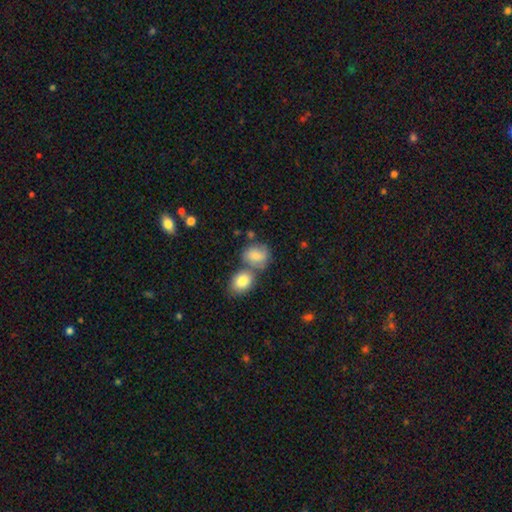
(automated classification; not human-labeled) smooth_or_featured: smooth (p=0.72) [alt: featured or disk p=0.20]
how_rounded: round (p=0.51) [alt: in between p=0.48]
merging: merger (p=0.43) [alt: none p=0.38]